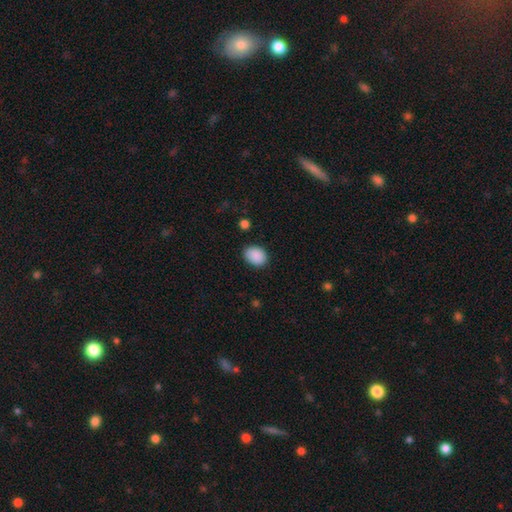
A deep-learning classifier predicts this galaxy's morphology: Smooth or featured? Predicted: smooth (p=0.90). How rounded? Predicted: in between (p=0.72). Merging? Predicted: none (p=0.84).